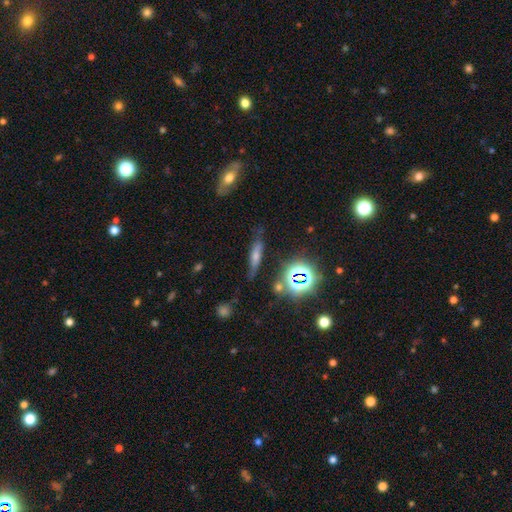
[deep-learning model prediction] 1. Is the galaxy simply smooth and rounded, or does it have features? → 38% smooth, 35% featured or disk, 27% star or artifact.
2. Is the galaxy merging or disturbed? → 74% none, 17% minor disturbance, 5% major disturbance, 4% merger.